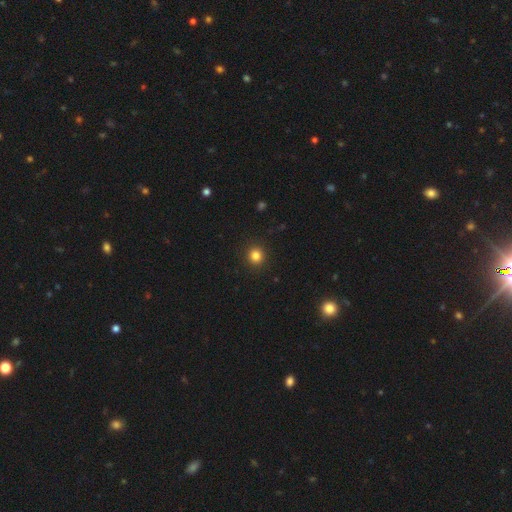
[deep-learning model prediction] Morphology: type=smooth (83%); roundness=round (92%); merging=none (92%).